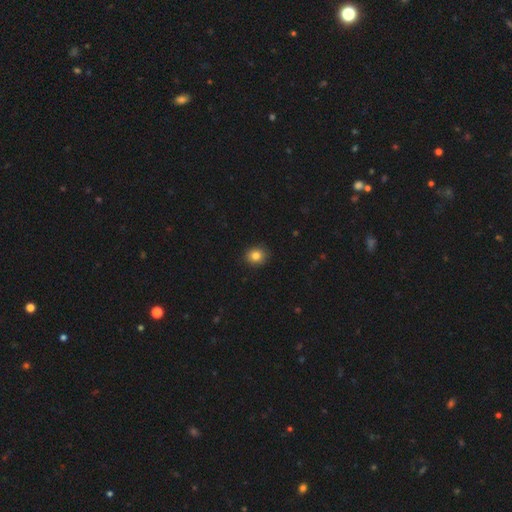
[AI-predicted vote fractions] A smooth galaxy with no disk features (83%) that is round (77%).

Vote fractions:
- Smooth or featured? smooth: 83% / star or artifact: 11% / featured or disk: 6%
- How rounded? round: 77% / in between: 22% / cigar-shaped: 1%
- Merging? none: 90% / minor disturbance: 7% / major disturbance: 2% / merger: 1%